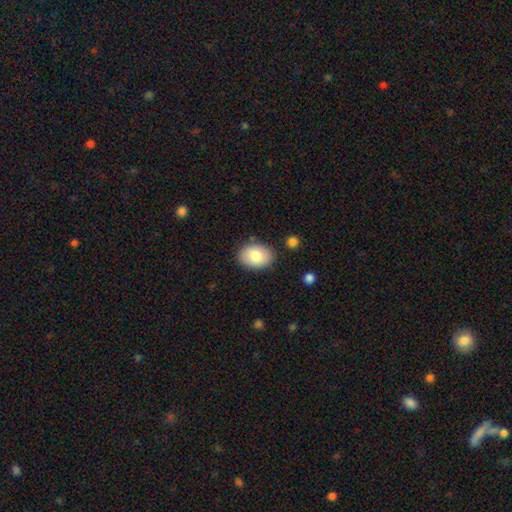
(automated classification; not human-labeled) Smooth or featured: smooth — 82% (featured or disk — 11%)
How rounded: in between — 79% (round — 21%)
Merging: none — 86% (minor disturbance — 10%)